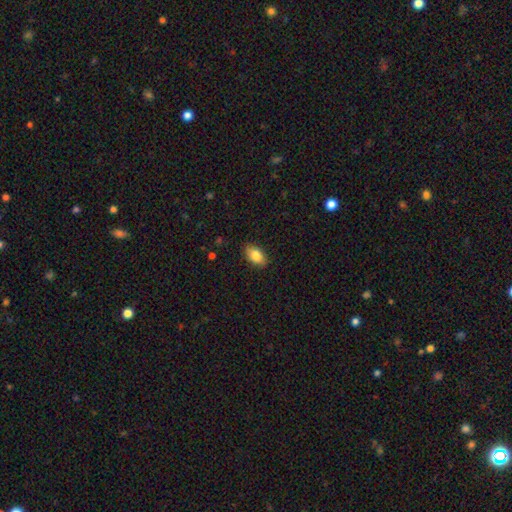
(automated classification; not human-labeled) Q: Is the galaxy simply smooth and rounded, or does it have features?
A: smooth — 84%.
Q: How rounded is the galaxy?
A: in between — 91%.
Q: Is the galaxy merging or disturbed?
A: none — 86%.